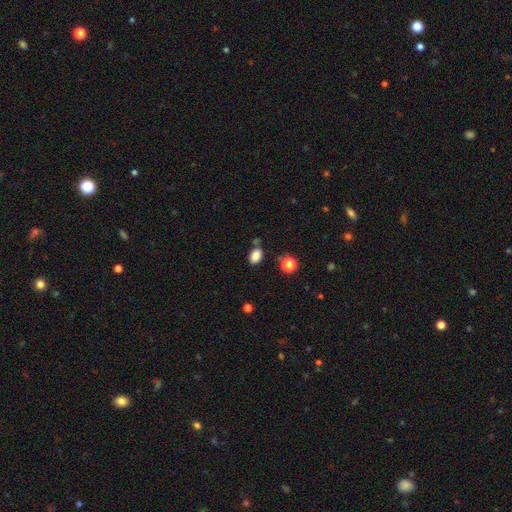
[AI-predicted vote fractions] Q: Smooth or featured?
A: smooth (85%); runner-up: star or artifact (11%)
Q: How rounded?
A: in between (79%); runner-up: round (20%)
Q: Merging?
A: none (73%); runner-up: minor disturbance (16%)